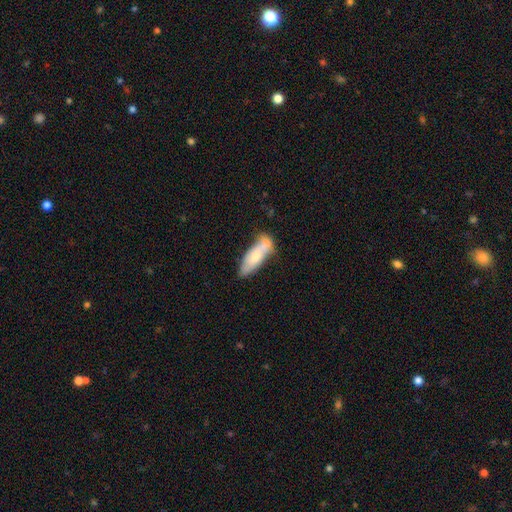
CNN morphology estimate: smooth-or-featured: smooth: 60% | featured or disk: 34% | star or artifact: 6%
  how-rounded: in between: 59% | cigar-shaped: 39% | round: 2%
  merging: none: 47% | minor disturbance: 26% | merger: 19% | major disturbance: 8%